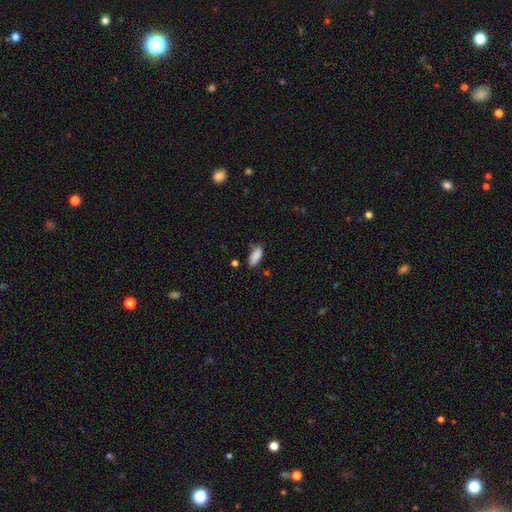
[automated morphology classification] A smooth galaxy with no disk features (88%) that is in between round and cigar-shaped (81%). Merging: none (69%).